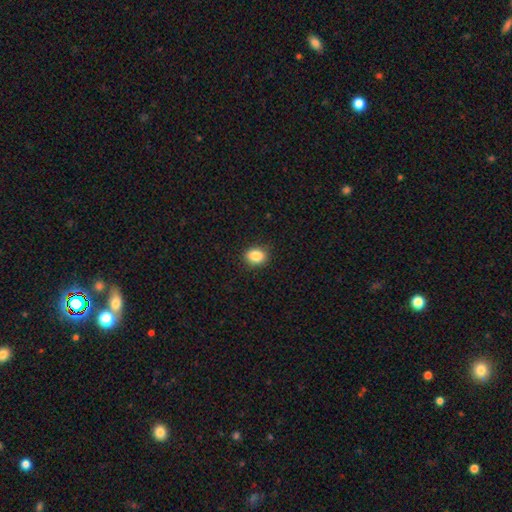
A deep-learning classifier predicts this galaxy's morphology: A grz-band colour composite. It shows a smooth galaxy with no disk features (87%) that is in between round and cigar-shaped (54%). Merging: none (88%).